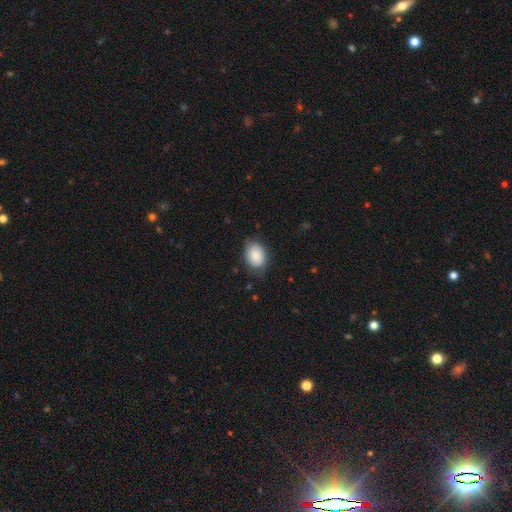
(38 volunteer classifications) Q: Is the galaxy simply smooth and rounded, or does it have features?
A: smooth — 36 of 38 (95%).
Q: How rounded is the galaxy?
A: in between — 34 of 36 (94%).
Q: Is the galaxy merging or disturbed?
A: none — 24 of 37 (65%).